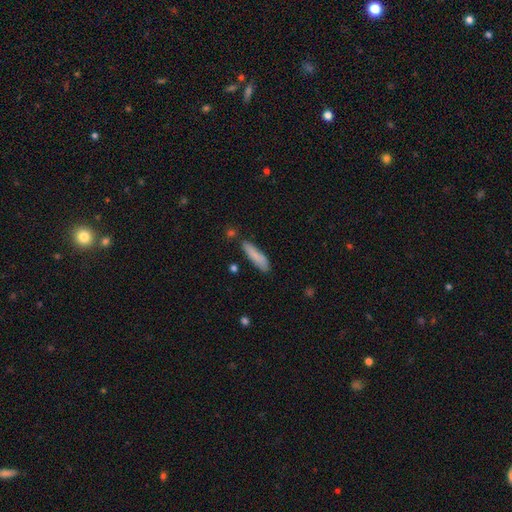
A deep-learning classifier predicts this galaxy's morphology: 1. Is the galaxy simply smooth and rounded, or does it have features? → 83% smooth, 11% featured or disk, 7% star or artifact.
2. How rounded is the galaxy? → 76% cigar-shaped, 23% in between, 2% round.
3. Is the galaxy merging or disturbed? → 76% none, 17% minor disturbance, 4% merger, 3% major disturbance.